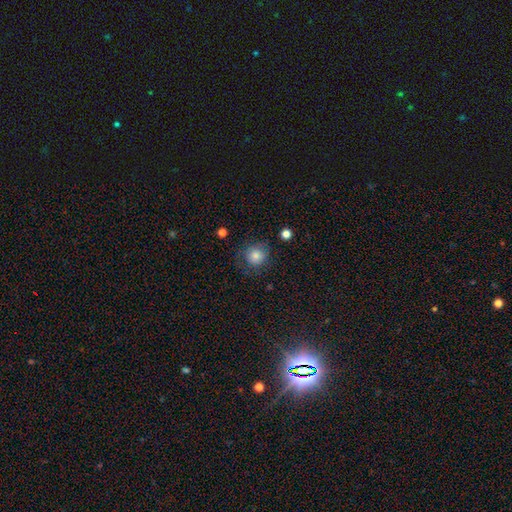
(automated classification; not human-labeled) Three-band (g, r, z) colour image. It shows a smooth galaxy with no disk features (79%) that is round (87%). Merging: none (73%).